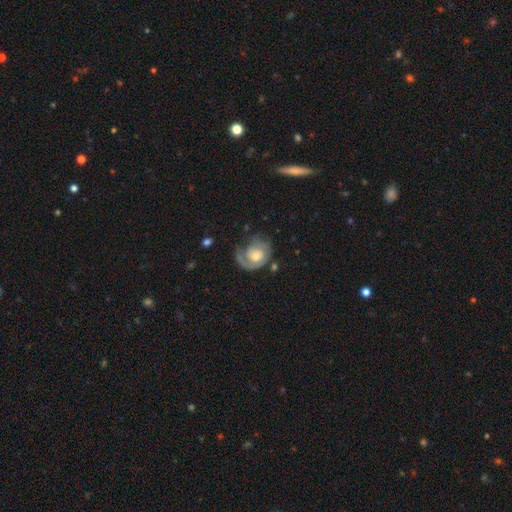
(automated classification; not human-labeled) Smooth or featured? Predicted: featured or disk (p=0.73). Edge-on disk? Predicted: no (p=0.97). Bar? Predicted: no (p=0.74). Spiral arms? Predicted: yes (p=0.89). Spiral winding? Predicted: tight (p=0.54). Spiral arm count? Predicted: 1 (p=0.62). Bulge size? Predicted: moderate (p=0.60). Merging? Predicted: none (p=0.53).